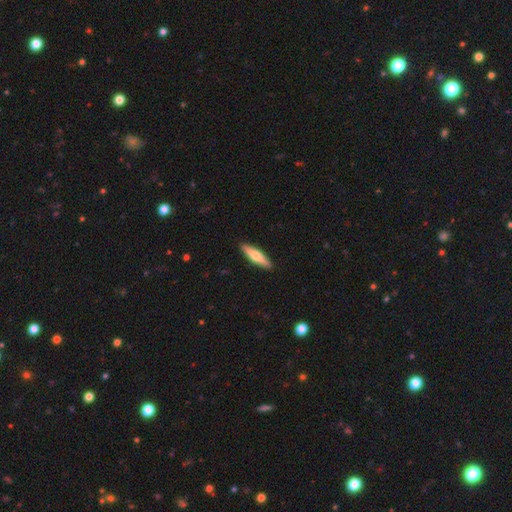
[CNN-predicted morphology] A smooth galaxy with no disk features (60%) that is cigar-shaped (74%). Merging: none (91%).